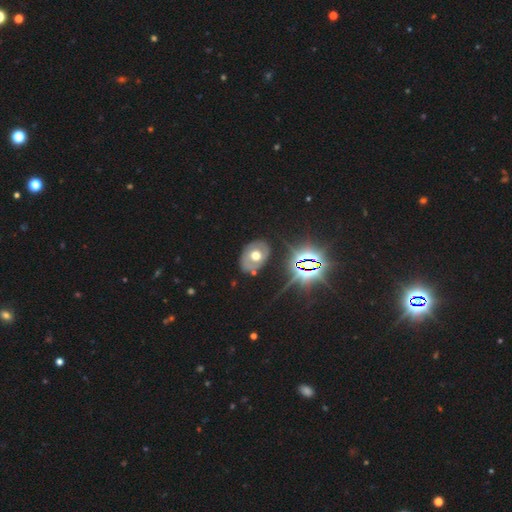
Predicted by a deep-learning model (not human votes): This appears to be a featured or disk galaxy (43%). Merging: none (76%).